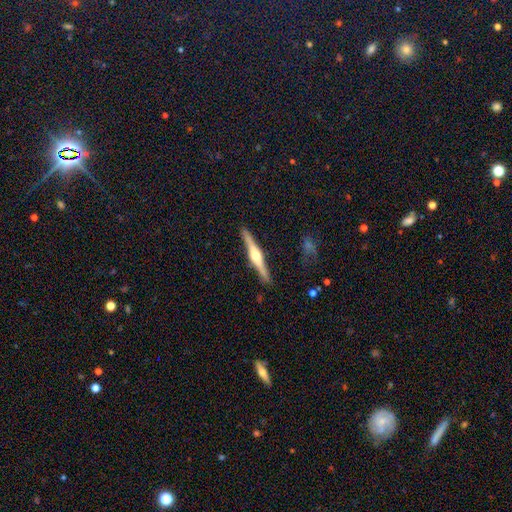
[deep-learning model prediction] Smooth or featured?
  - featured or disk: 76% *
  - smooth: 19%
  - star or artifact: 5%
Edge-on disk?
  - yes: 98% *
  - no: 2%
Edge-on bulge?
  - rounded: 92% *
  - boxy: 5%
  - none: 3%
Merging?
  - none: 90% *
  - minor disturbance: 7%
  - major disturbance: 2%
  - merger: 1%